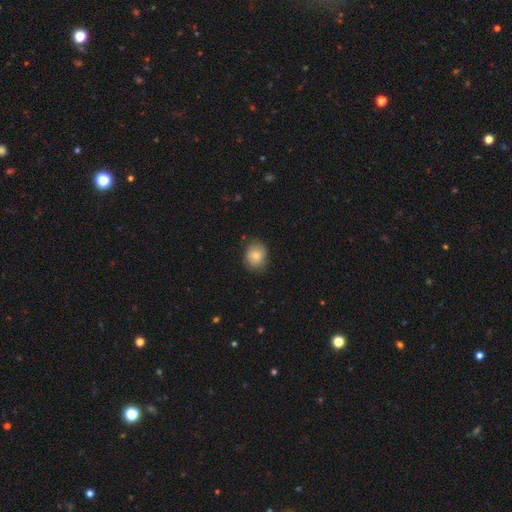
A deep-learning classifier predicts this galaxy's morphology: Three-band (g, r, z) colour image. It shows a smooth galaxy with no disk features (82%) that is round (58%). Merging: none (78%).